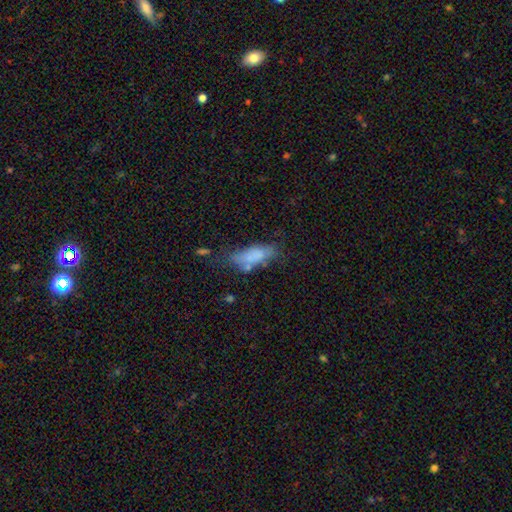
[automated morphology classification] Smooth or featured?
  - smooth: 70% *
  - featured or disk: 20%
  - star or artifact: 10%
How rounded?
  - in between: 74% *
  - cigar-shaped: 23%
  - round: 3%
Merging?
  - none: 44% *
  - minor disturbance: 28%
  - major disturbance: 17%
  - merger: 12%